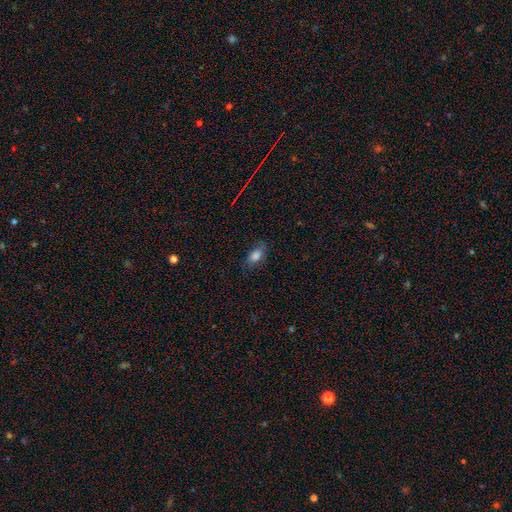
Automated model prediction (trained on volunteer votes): A smooth galaxy with no disk features (81%) that is in between round and cigar-shaped (85%). Merging: none (73%).